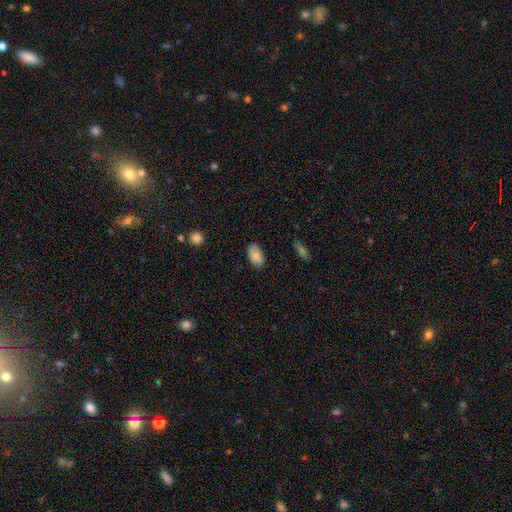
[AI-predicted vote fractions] Smooth or featured? smooth (83%)
How rounded? in between (93%)
Merging? none (79%)